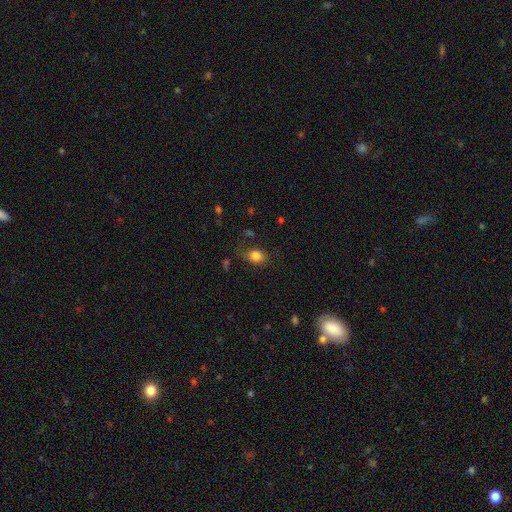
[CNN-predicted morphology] The model was most divided on "how rounded": in between: 64%, round: 35%, cigar-shaped: 1%. More confident: smooth or featured — smooth (82%); merging — none (71%).